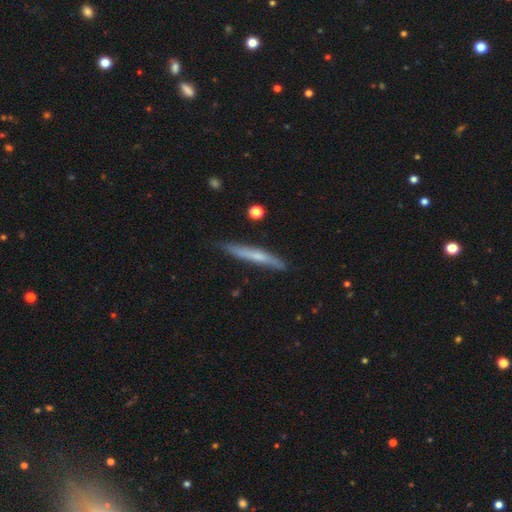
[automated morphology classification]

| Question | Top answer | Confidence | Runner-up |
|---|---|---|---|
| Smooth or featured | smooth | 50% | featured or disk (44%) |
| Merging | none | 81% | minor disturbance (15%) |